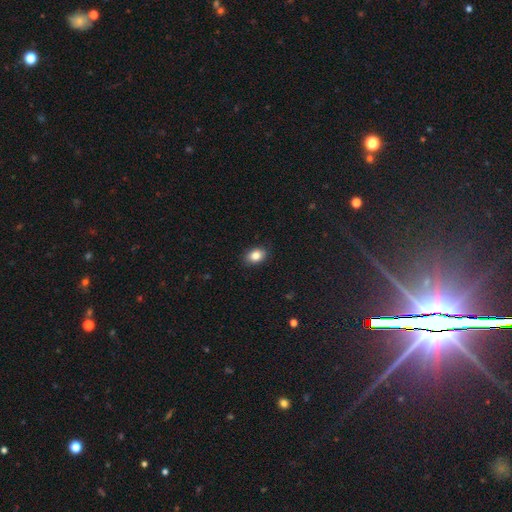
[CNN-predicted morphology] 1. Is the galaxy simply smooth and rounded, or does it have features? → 84% smooth, 9% star or artifact, 6% featured or disk.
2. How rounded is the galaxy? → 72% in between, 27% round, 1% cigar-shaped.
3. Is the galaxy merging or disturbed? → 87% none, 10% minor disturbance, 2% major disturbance, 1% merger.